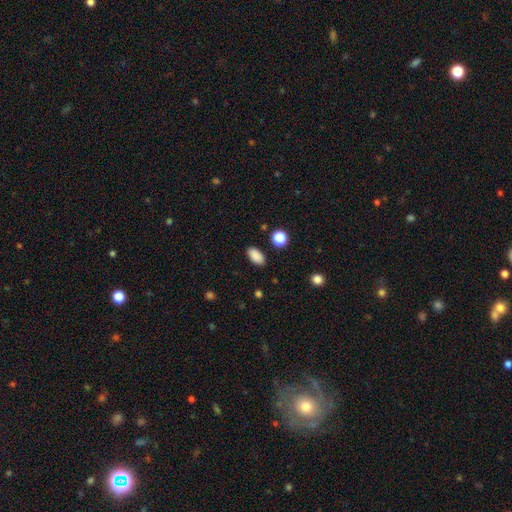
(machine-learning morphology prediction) Smooth or featured: smooth — 88% (star or artifact — 9%)
How rounded: in between — 91% (round — 5%)
Merging: none — 89% (minor disturbance — 8%)